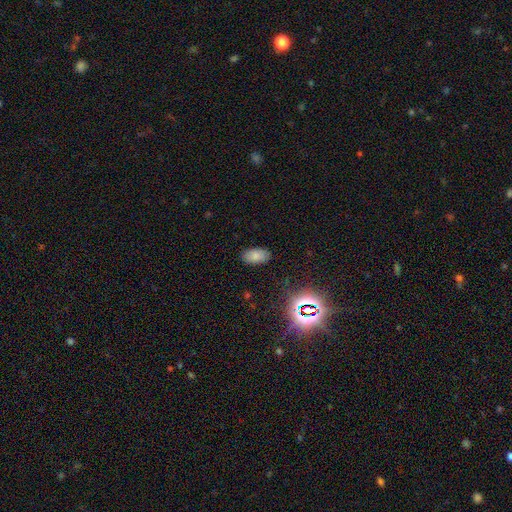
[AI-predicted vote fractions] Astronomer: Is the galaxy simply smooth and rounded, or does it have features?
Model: smooth — 77%.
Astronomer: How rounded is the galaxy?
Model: in between — 93%.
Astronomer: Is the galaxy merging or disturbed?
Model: none — 85%.